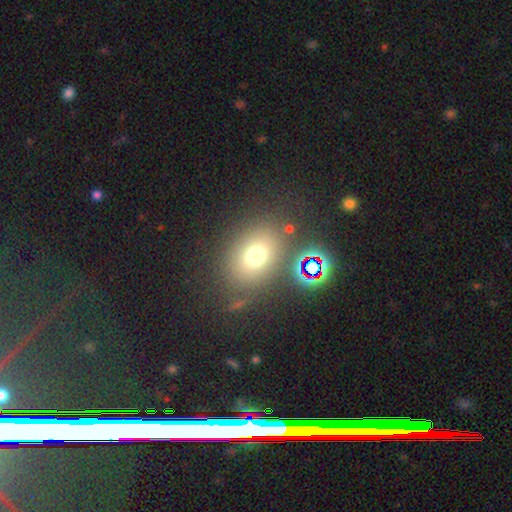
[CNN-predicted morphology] smooth_or_featured: smooth (p=0.69) [alt: star or artifact p=0.19]
how_rounded: in between (p=0.52) [alt: round p=0.46]
merging: none (p=0.78) [alt: minor disturbance p=0.11]